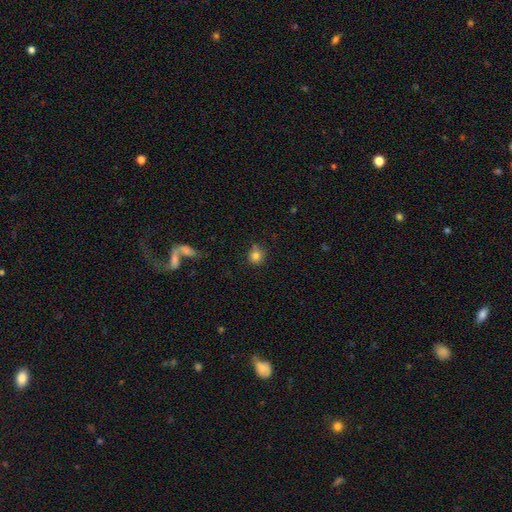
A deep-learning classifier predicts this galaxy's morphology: This appears to be a smooth galaxy with no disk features (82%) that is round (88%). Merging: none (77%).